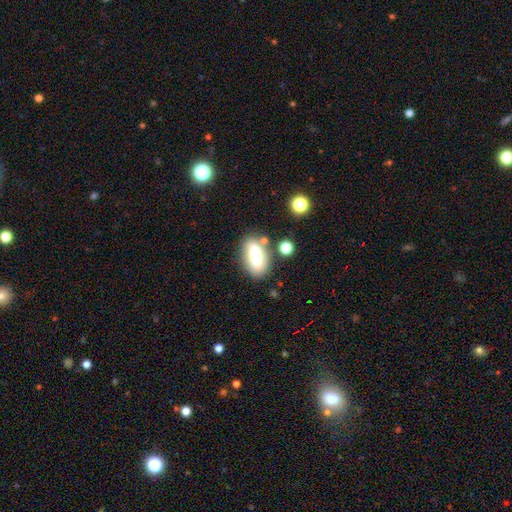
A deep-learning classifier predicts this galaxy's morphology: Smooth or featured: smooth — 64% (featured or disk — 26%)
How rounded: in between — 80% (cigar-shaped — 15%)
Merging: none — 68% (minor disturbance — 16%)